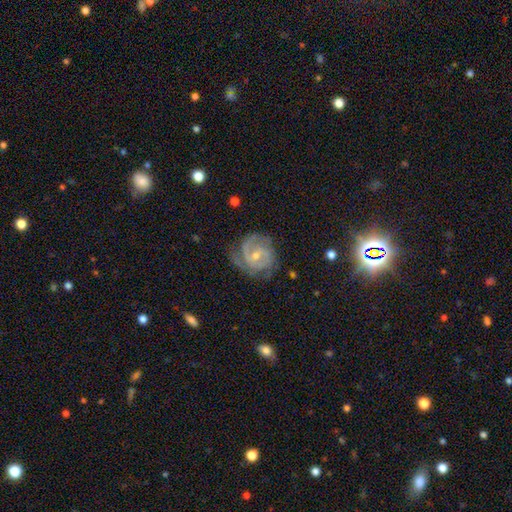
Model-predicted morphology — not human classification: featured or disk 86%, smooth 9%, star or artifact 5%. Down the decision tree: edge-on disk — no (98%); bar — no (46%); spiral arms — yes (96%); spiral arm count — 2 (49%); spiral winding — tight (52%); bulge size — small (57%); merging — none (68%).